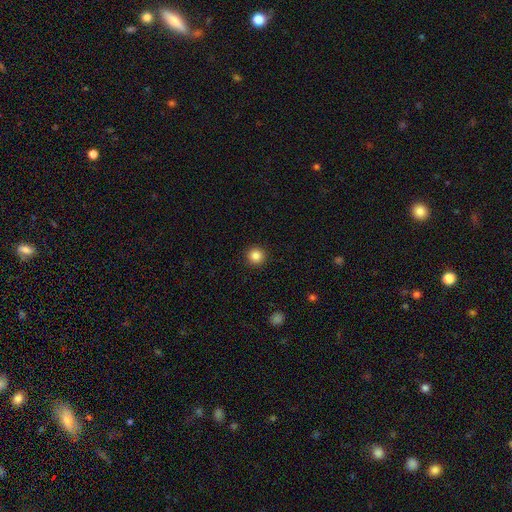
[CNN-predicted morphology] smooth 85%, star or artifact 11%, featured or disk 4%. Down the decision tree: how rounded — round (95%); merging — none (93%).